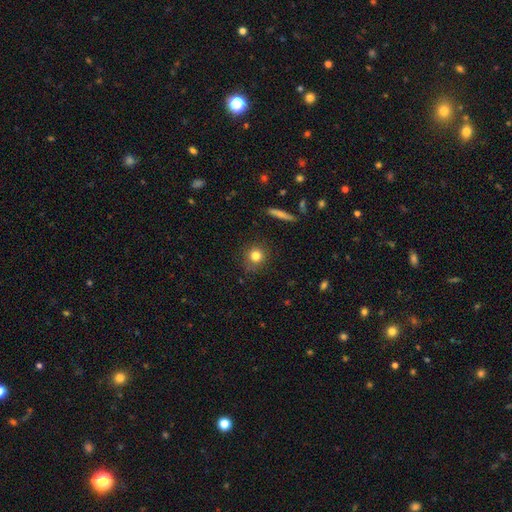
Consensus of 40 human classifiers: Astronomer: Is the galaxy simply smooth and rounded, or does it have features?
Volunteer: smooth — 85%.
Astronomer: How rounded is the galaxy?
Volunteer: round — 97%.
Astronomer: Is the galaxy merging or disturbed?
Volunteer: none — 82%.